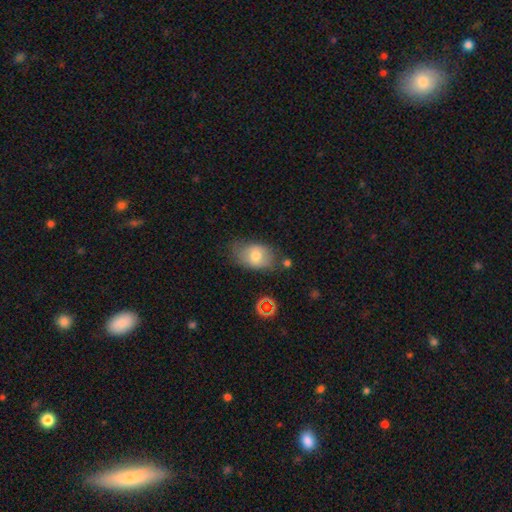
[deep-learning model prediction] Smooth or featured: smooth — 69% (featured or disk — 21%)
How rounded: in between — 83% (round — 16%)
Merging: none — 62% (minor disturbance — 25%)